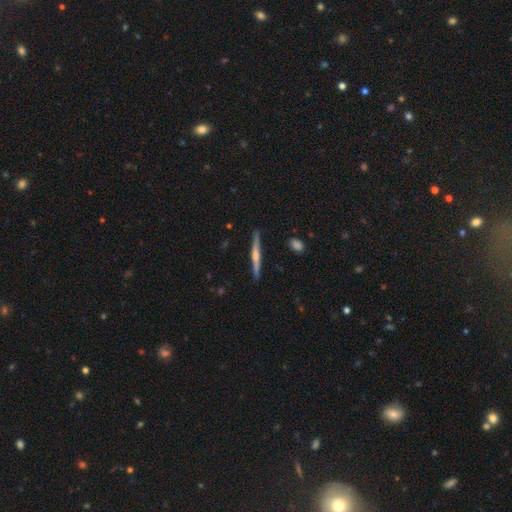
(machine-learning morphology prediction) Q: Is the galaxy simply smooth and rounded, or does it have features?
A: featured or disk — 73%.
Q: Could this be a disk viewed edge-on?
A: yes — 98%.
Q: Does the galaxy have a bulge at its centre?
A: rounded — 77%.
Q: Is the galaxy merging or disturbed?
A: none — 91%.